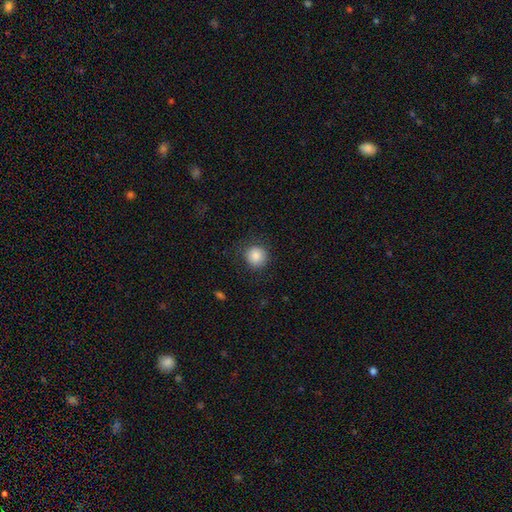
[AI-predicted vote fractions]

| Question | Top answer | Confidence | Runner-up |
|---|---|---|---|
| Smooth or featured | smooth | 86% | star or artifact (9%) |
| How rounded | round | 91% | in between (8%) |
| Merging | none | 82% | minor disturbance (12%) |